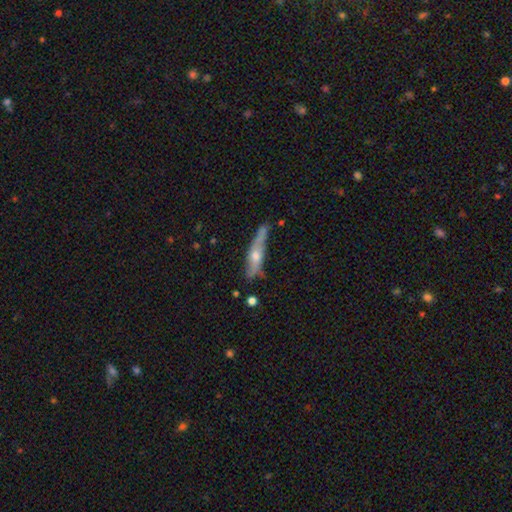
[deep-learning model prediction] A featured or disk galaxy (65%) viewed edge-on (81%) with a rounded central bulge (87%).

Vote fractions:
- Smooth or featured? featured or disk: 65% / smooth: 28% / star or artifact: 7%
- Edge-on disk? yes: 81% / no: 19%
- Edge-on bulge? rounded: 87% / none: 9% / boxy: 4%
- Merging? none: 66% / minor disturbance: 24% / major disturbance: 6% / merger: 4%